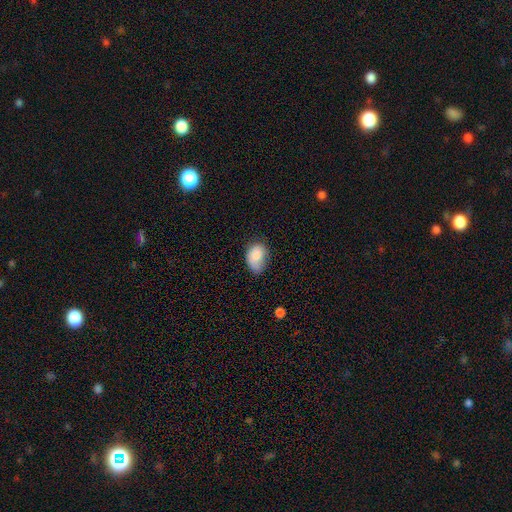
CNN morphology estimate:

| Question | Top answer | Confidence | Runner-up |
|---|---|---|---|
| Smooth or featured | smooth | 81% | featured or disk (11%) |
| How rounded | in between | 82% | round (17%) |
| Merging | none | 48% | minor disturbance (37%) |